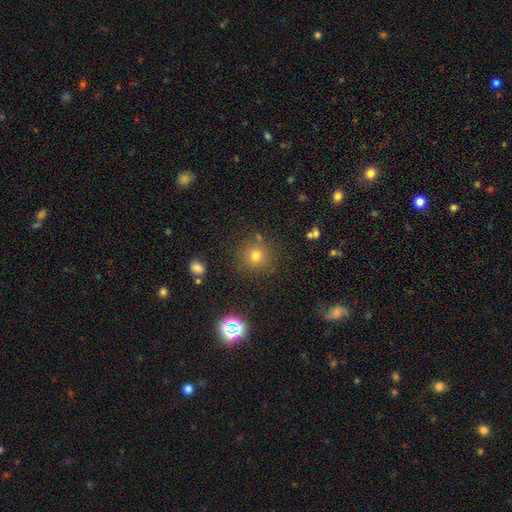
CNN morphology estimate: This is likely a smooth galaxy (72%). How rounded: clearly round (93%). Merging: clearly none (83%).